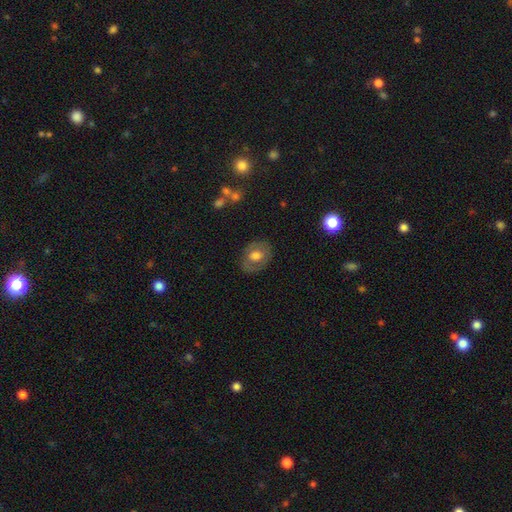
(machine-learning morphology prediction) Overall: smooth (54%; featured or disk 39%). How rounded: in between (55%; round 44%). Merging: none (79%).